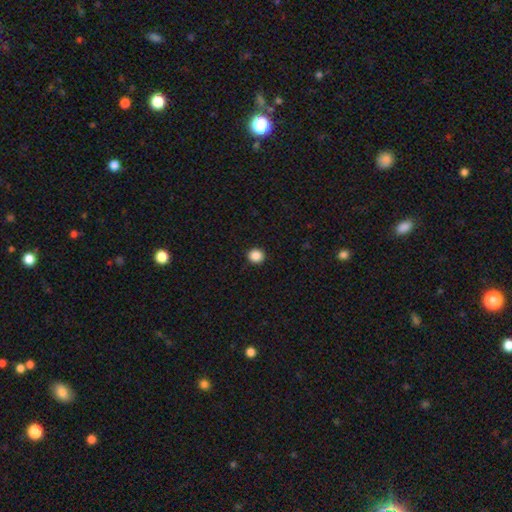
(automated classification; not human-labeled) The model was most divided on "smooth or featured": smooth: 88%, star or artifact: 10%, featured or disk: 2%. More confident: merging — none (93%); how rounded — round (89%).